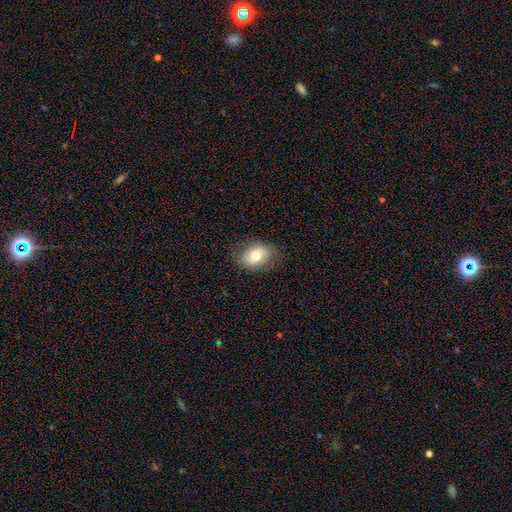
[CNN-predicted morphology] Smooth or featured? smooth (76%)
How rounded? in between (76%)
Merging? none (79%)